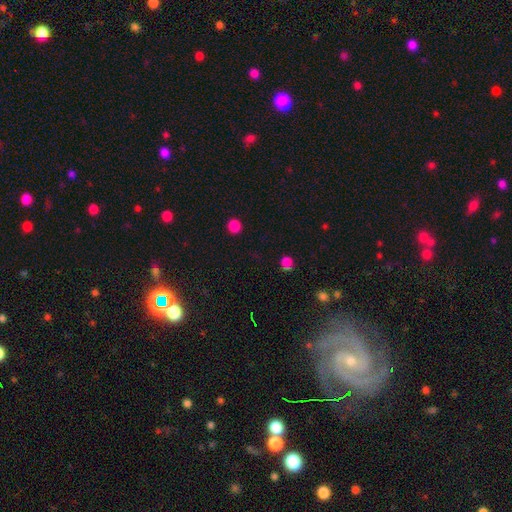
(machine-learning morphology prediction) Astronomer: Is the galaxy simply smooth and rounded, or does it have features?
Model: smooth — 66%.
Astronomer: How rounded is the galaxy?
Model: round — 87%.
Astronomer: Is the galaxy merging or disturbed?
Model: none — 81%.